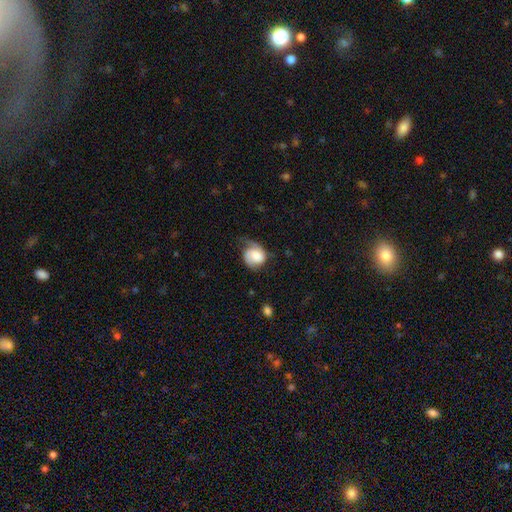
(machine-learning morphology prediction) The model was most divided on "bulge size": large: 30%, moderate: 24%, none: 21%, small: 17%, dominant: 8%. Remaining: edge-on disk — no (97%); spiral arms — yes (89%); bar — no (63%); smooth or featured — featured or disk (54%); merging — none (41%).